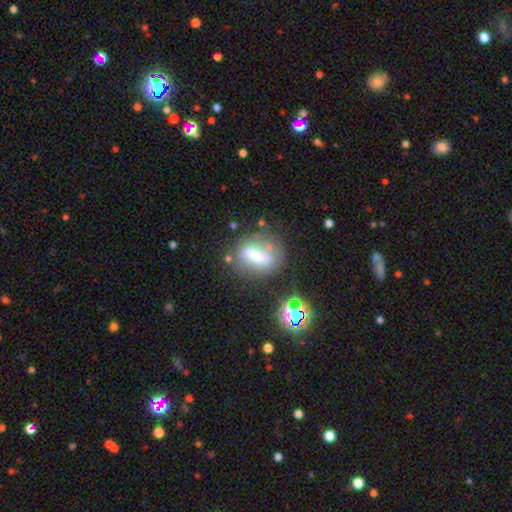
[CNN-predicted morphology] Smooth or featured: smooth — 45% (featured or disk — 40%)
Merging: none — 59% (minor disturbance — 19%)